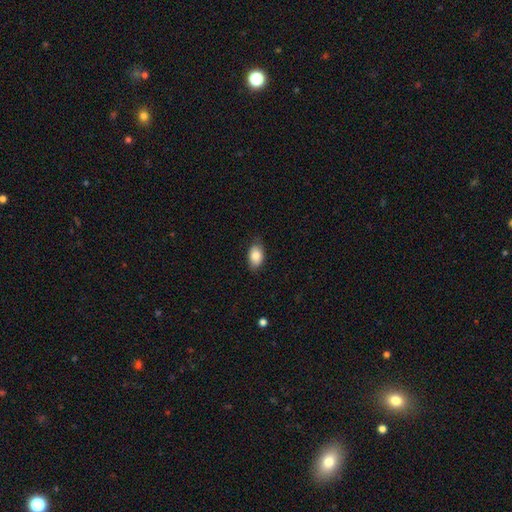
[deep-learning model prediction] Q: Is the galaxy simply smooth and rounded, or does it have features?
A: smooth — 84%.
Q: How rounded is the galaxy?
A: in between — 90%.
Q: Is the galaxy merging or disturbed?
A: none — 80%.